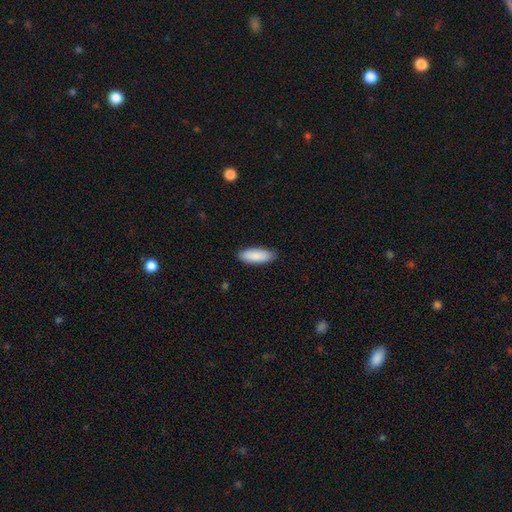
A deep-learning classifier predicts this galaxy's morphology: Smooth or featured? Predicted: smooth (p=0.90). How rounded? Predicted: in between (p=0.69). Merging? Predicted: none (p=0.88).